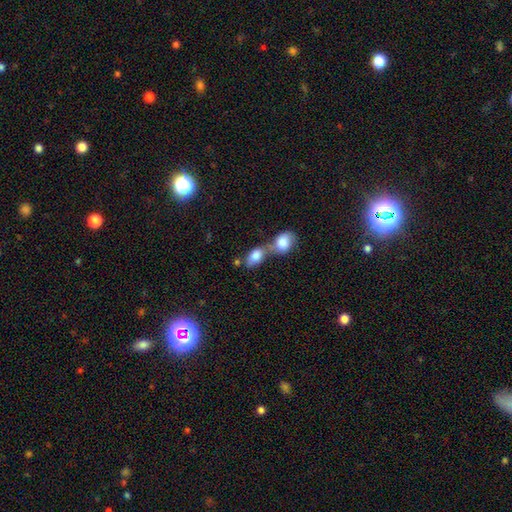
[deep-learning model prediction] This appears to be a smooth galaxy with no disk features (81%) that is in between round and cigar-shaped (82%). Merging: merger (72%).